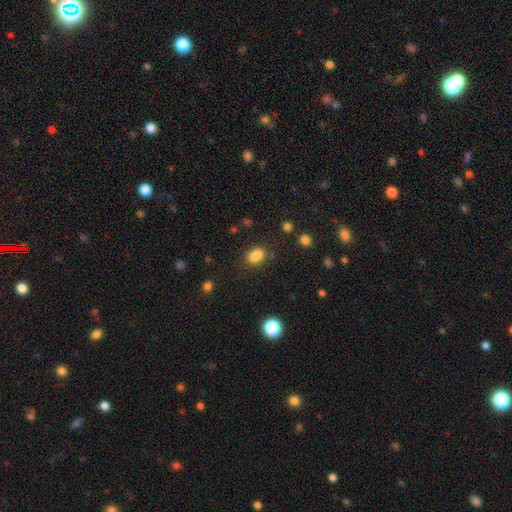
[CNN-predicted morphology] The model was most divided on "merging": none: 43%, merger: 40%, minor disturbance: 12%, major disturbance: 5%. More confident: smooth or featured — smooth (76%); how rounded — in between (55%).